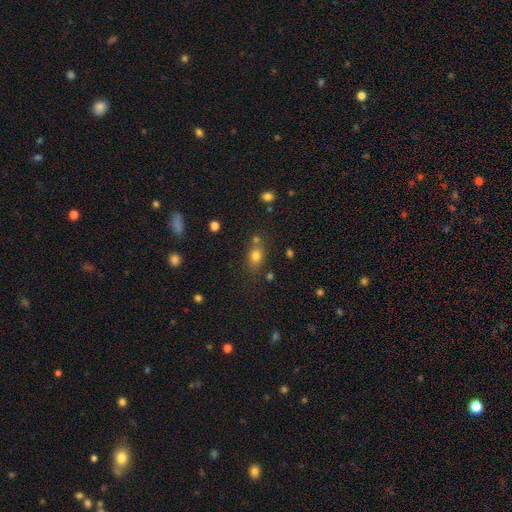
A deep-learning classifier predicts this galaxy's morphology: smooth 77%, star or artifact 13%, featured or disk 10%. Down the decision tree: how rounded — in between (60%); merging — none (64%).